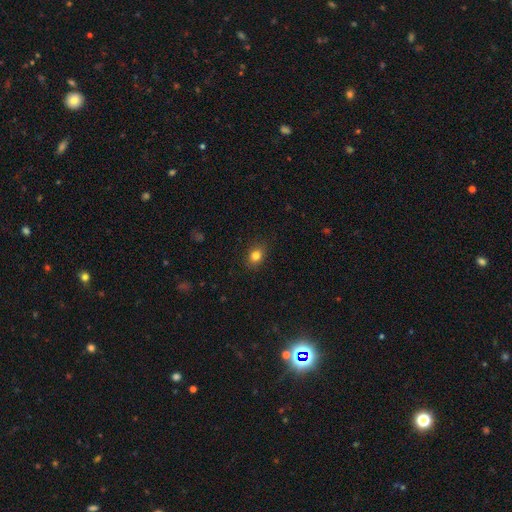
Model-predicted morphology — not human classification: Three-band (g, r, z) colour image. It shows a smooth galaxy with no disk features (80%) that is in between round and cigar-shaped (50%). Merging: none (88%).